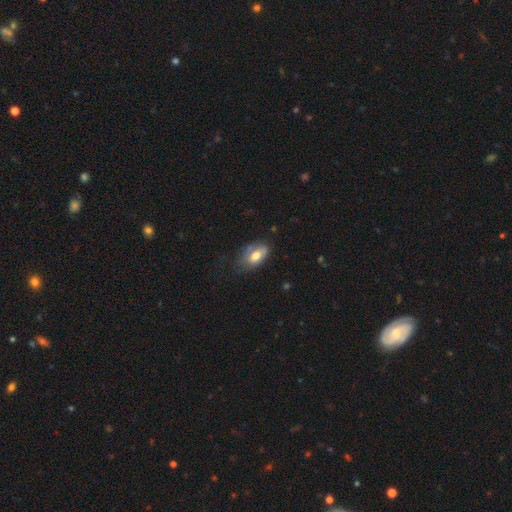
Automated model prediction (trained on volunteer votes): Smooth or featured? Predicted: smooth (p=0.71). How rounded? Predicted: in between (p=0.91). Merging? Predicted: none (p=0.47).